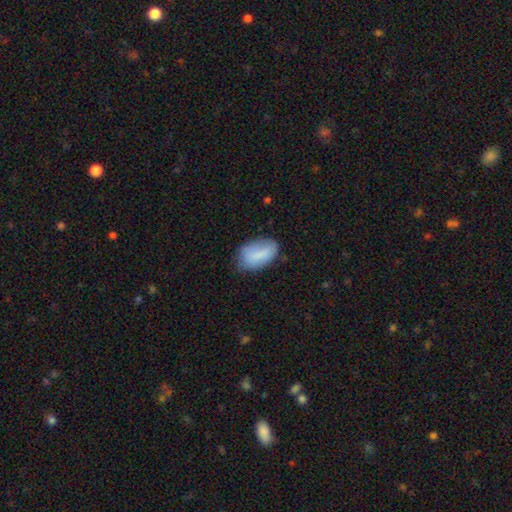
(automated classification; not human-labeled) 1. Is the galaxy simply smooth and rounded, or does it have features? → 81% smooth, 12% featured or disk, 7% star or artifact.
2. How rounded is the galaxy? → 93% in between, 5% round, 2% cigar-shaped.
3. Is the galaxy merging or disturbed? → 60% none, 30% minor disturbance, 8% major disturbance, 2% merger.